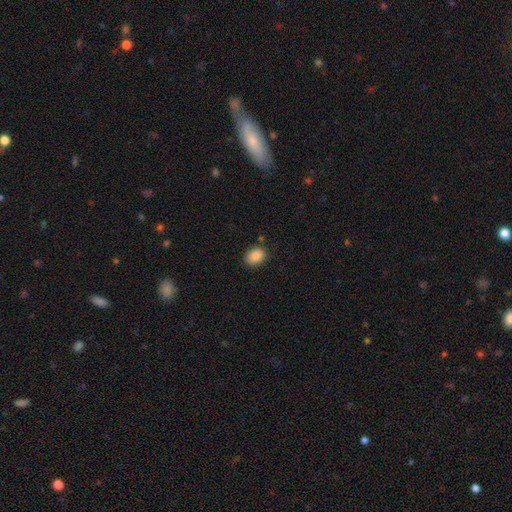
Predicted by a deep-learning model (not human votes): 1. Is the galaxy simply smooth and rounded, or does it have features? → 88% smooth, 8% star or artifact, 3% featured or disk.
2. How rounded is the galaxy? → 64% in between, 35% round, 1% cigar-shaped.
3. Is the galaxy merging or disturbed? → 79% none, 15% minor disturbance, 3% major disturbance, 3% merger.